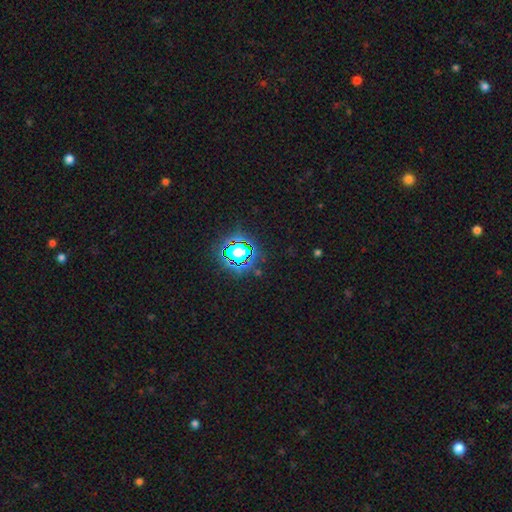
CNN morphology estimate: star or artifact 81%, smooth 12%, featured or disk 7%.